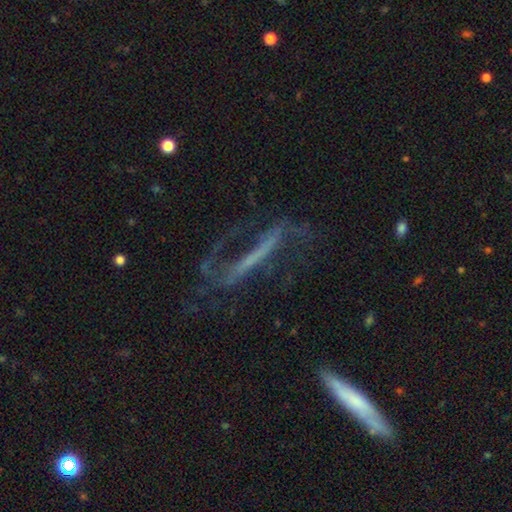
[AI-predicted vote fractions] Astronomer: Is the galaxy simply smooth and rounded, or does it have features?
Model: featured or disk — 68%.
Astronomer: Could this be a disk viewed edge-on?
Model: no — 56% (runner-up: yes, 44%).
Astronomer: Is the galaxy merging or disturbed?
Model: none — 49% (runner-up: major disturbance, 29%).